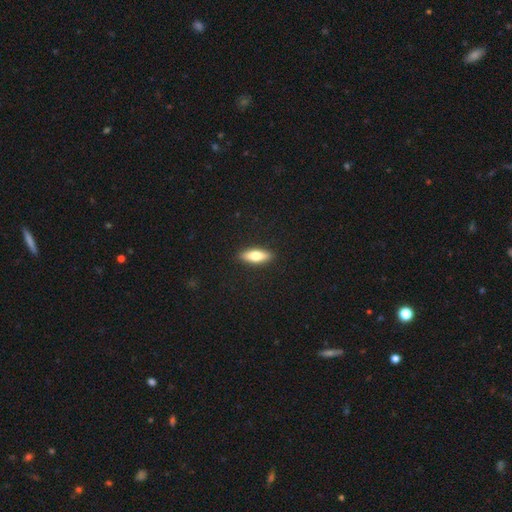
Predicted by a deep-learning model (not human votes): smooth 67%, featured or disk 27%, star or artifact 6%. Down the decision tree: how rounded — in between (54%); merging — none (91%).